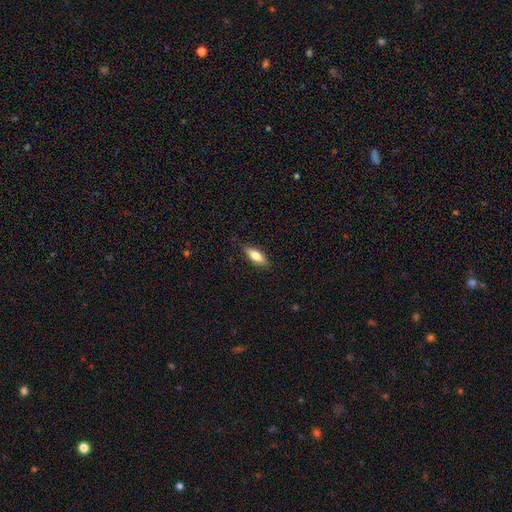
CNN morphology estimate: The model was most divided on "how rounded": in between: 66%, cigar-shaped: 32%, round: 2%. More confident: merging — none (84%); smooth or featured — smooth (74%).